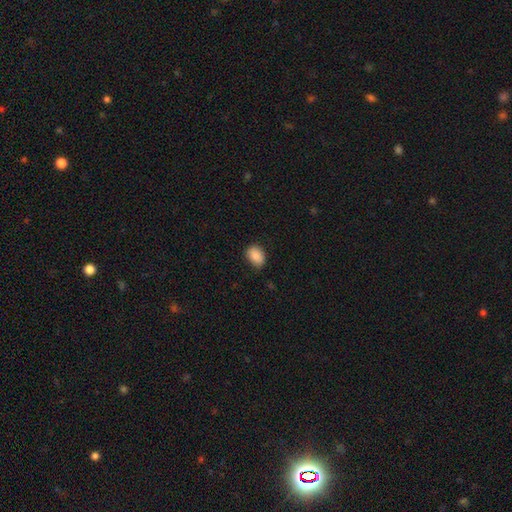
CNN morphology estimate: A smooth galaxy with no disk features (86%) that is in between round and cigar-shaped (75%). Merging: none (82%).